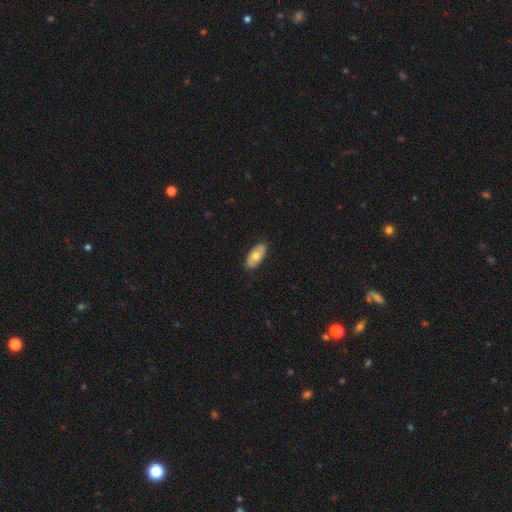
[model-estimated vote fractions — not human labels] This appears to be a smooth galaxy with no disk features (61%) that is in between round and cigar-shaped (92%). Merging: none (86%).